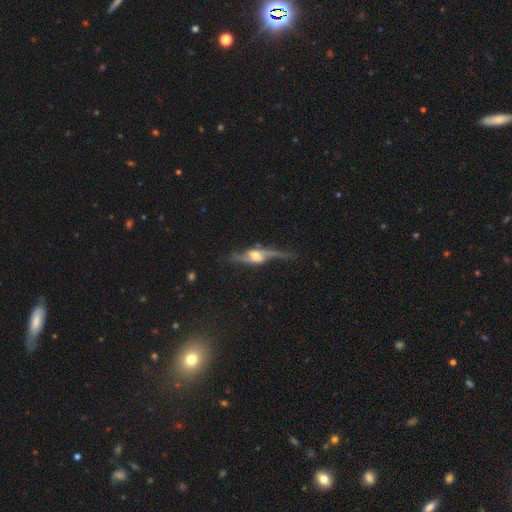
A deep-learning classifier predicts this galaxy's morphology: Smooth or featured? Predicted: featured or disk (p=0.82). Edge-on disk? Predicted: yes (p=0.67). Edge-on bulge? Predicted: rounded (p=0.86). Merging? Predicted: none (p=0.56).